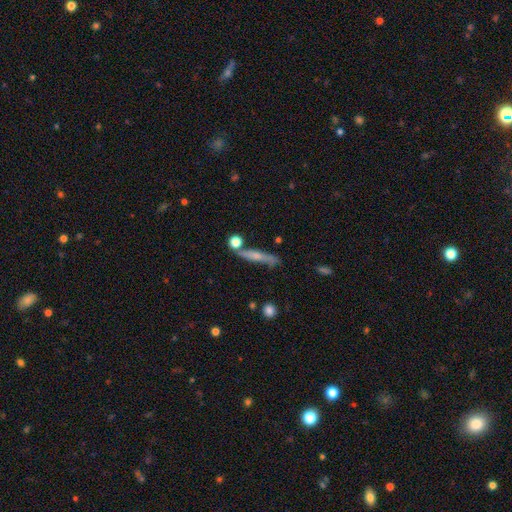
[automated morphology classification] Smooth or featured?
  - smooth: 51% *
  - featured or disk: 41%
  - star or artifact: 8%
How rounded?
  - cigar-shaped: 85% *
  - in between: 11%
  - round: 4%
Merging?
  - none: 68% *
  - minor disturbance: 17%
  - merger: 9%
  - major disturbance: 5%